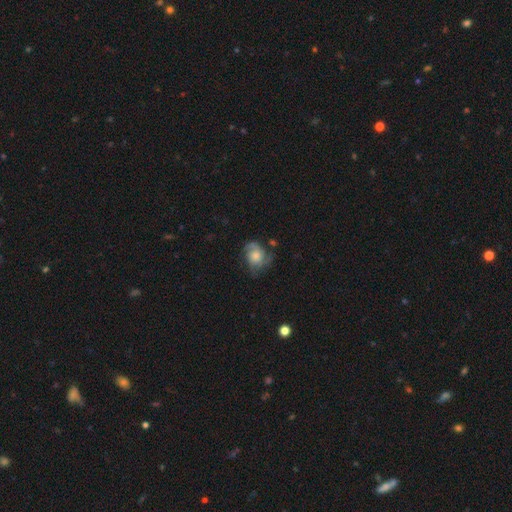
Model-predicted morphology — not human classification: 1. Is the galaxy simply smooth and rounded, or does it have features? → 62% featured or disk, 30% smooth, 8% star or artifact.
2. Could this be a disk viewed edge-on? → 97% no, 3% yes.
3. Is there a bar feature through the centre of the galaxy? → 77% no, 20% weak, 3% strong.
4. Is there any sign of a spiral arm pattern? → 88% yes, 12% no.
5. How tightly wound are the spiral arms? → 43% medium, 35% tight, 21% loose.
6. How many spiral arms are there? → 41% 2, 21% 3, 21% can't tell, 9% 1, 4% 4, 3% more than 4.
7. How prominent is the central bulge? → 43% moderate, 24% large, 22% small, 8% none, 3% dominant.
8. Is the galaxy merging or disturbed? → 54% none, 25% minor disturbance, 18% major disturbance, 3% merger.